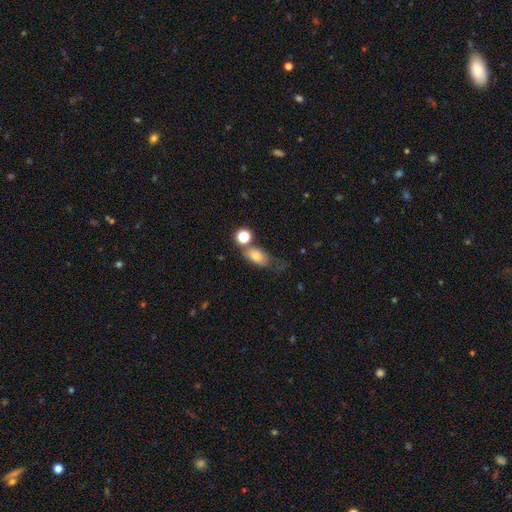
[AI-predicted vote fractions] This appears to be a smooth galaxy with no disk features (74%) that is in between round and cigar-shaped (78%). Merging: none (42%).